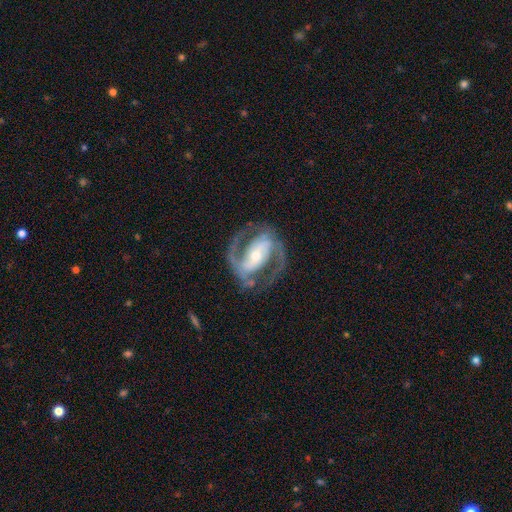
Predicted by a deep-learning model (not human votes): Smooth or featured?
  - featured or disk: 90% *
  - smooth: 6%
  - star or artifact: 5%
Edge-on disk?
  - no: 97% *
  - yes: 3%
Bar?
  - strong: 50% *
  - weak: 29%
  - no: 21%
Spiral arms?
  - yes: 95% *
  - no: 5%
Spiral winding?
  - medium: 58% *
  - tight: 25%
  - loose: 17%
Spiral arm count?
  - 2: 91% *
  - can't tell: 3%
  - 3: 2%
  - 1: 2%
  - 4: 1%
  - more than 4: 1%
Bulge size?
  - small: 47% *
  - moderate: 46%
  - large: 5%
  - none: 1%
  - dominant: 1%
Merging?
  - none: 75% *
  - minor disturbance: 13%
  - major disturbance: 10%
  - merger: 1%